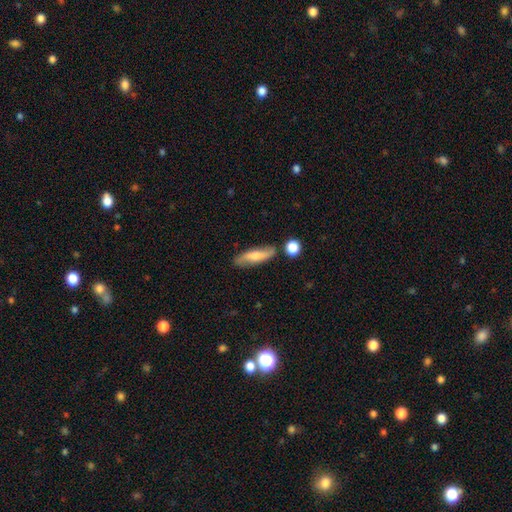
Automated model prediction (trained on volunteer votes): Smooth or featured: smooth — 50% (featured or disk — 43%)
How rounded: cigar-shaped — 60% (in between — 36%)
Merging: none — 74% (minor disturbance — 16%)